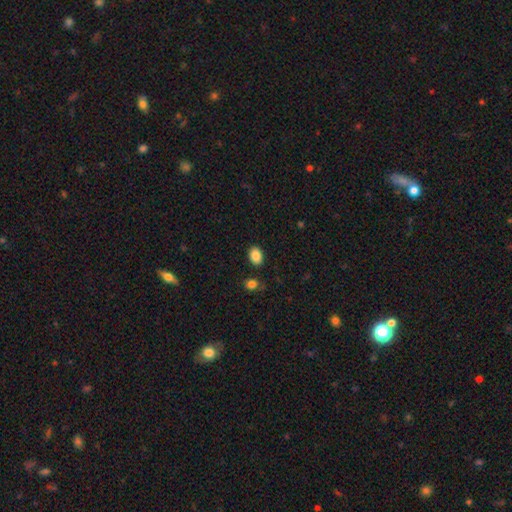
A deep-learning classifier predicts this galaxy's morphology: Smooth or featured? Predicted: smooth (p=0.88). How rounded? Predicted: in between (p=0.79). Merging? Predicted: none (p=0.86).